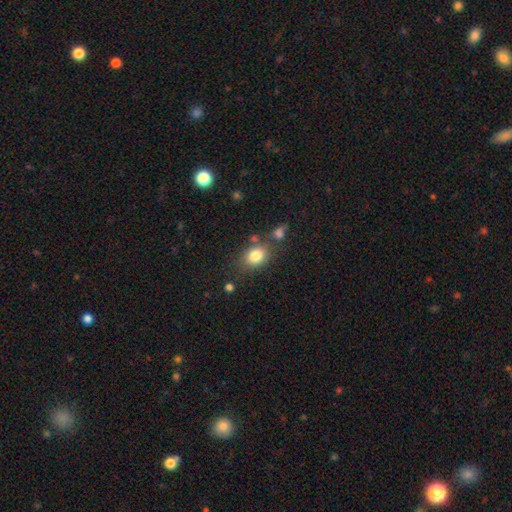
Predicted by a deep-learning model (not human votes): Smooth or featured? Predicted: smooth (p=0.82). How rounded? Predicted: in between (p=0.60). Merging? Predicted: none (p=0.69).